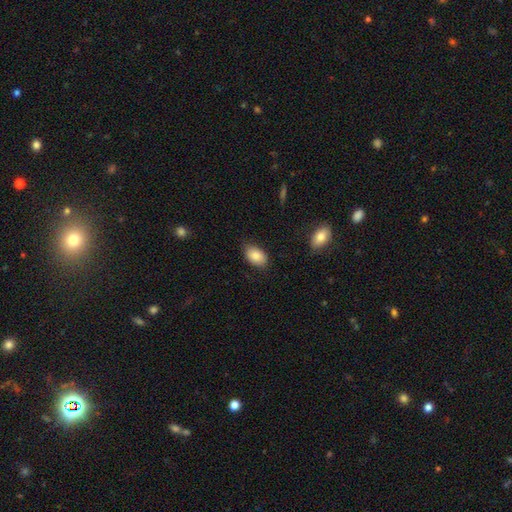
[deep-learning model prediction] Morphology: type=smooth (83%); roundness=in between (89%); merging=none (79%).